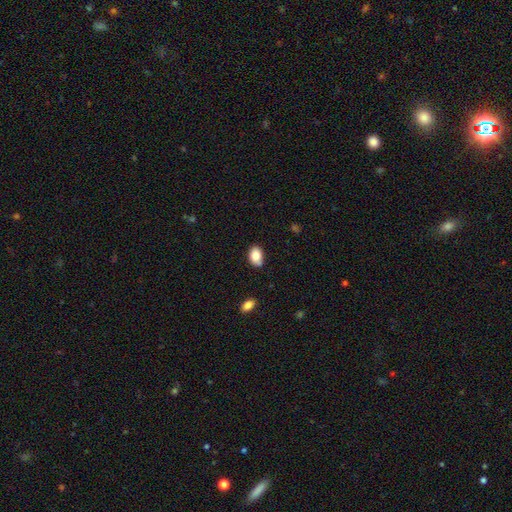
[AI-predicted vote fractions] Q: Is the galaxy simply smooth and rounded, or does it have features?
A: smooth — 85%.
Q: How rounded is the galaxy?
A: in between — 85%.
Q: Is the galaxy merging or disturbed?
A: none — 72%.